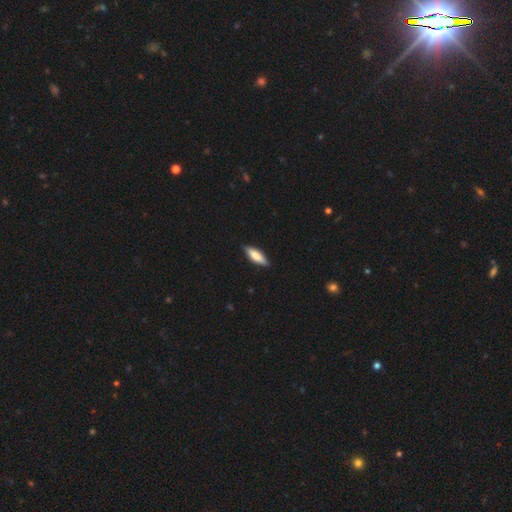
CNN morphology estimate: This appears to be a smooth galaxy with no disk features (71%) that is cigar-shaped (49%, tied with in between). Merging: none (87%).